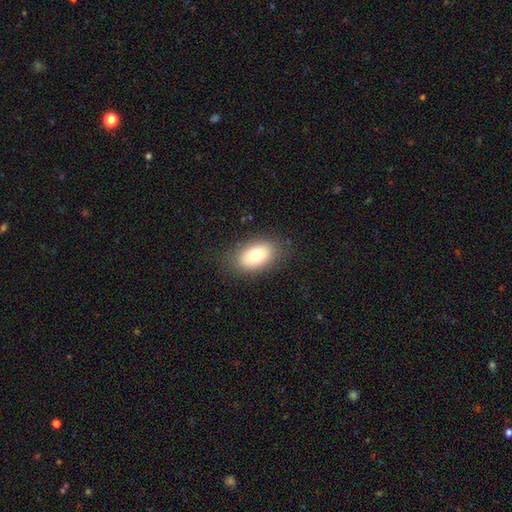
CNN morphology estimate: Smooth or featured: smooth — 79% (featured or disk — 13%)
How rounded: in between — 91% (round — 7%)
Merging: none — 83% (minor disturbance — 12%)